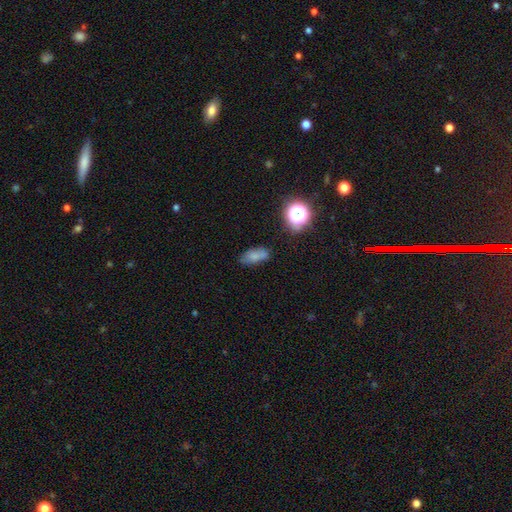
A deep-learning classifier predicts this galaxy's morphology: The model was most divided on "merging": none: 59%, minor disturbance: 23%, merger: 11%, major disturbance: 8%. More confident: how rounded — in between (81%); smooth or featured — smooth (69%).